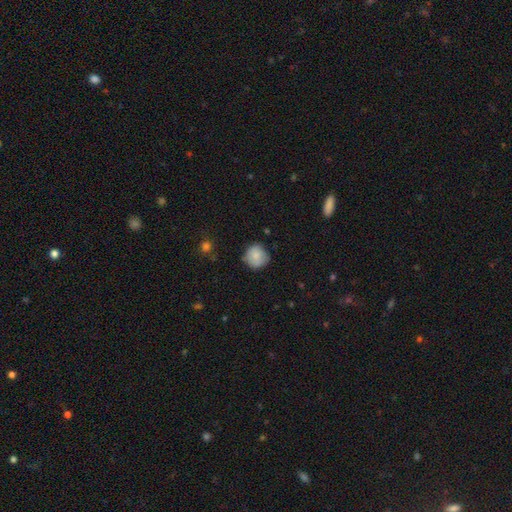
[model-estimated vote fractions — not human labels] Q: Smooth or featured?
A: smooth (81%); runner-up: featured or disk (11%)
Q: How rounded?
A: round (88%); runner-up: in between (11%)
Q: Merging?
A: none (70%); runner-up: minor disturbance (24%)